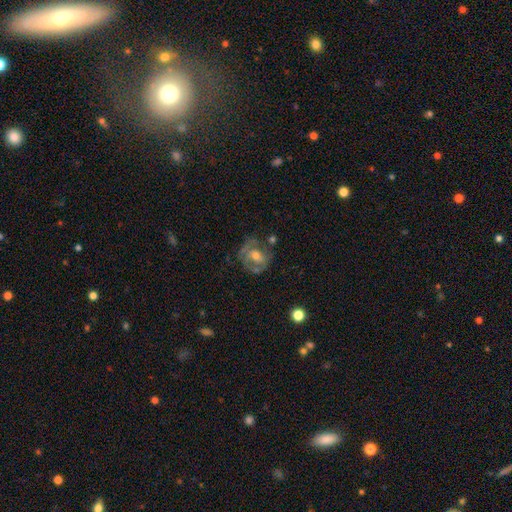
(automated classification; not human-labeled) smooth_or_featured: featured or disk (p=0.63) [alt: smooth p=0.29]
disk_edge_on: no (p=0.97) [alt: yes p=0.03]
bar: no (p=0.61) [alt: weak p=0.31]
has_spiral_arms: yes (p=0.57) [alt: no p=0.43]
bulge_size: moderate (p=0.62) [alt: small p=0.29]
merging: none (p=0.53) [alt: minor disturbance p=0.23]